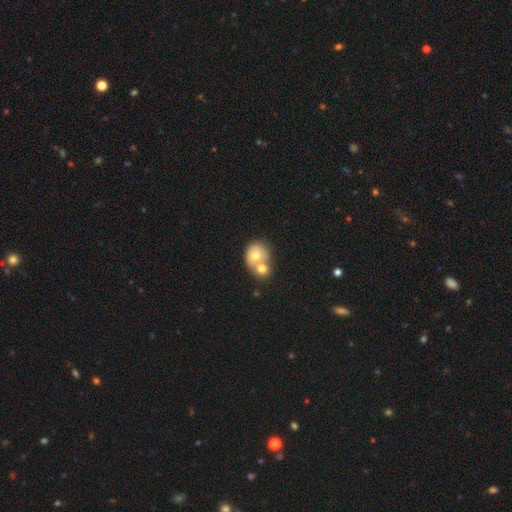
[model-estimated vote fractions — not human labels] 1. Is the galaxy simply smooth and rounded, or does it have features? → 66% smooth, 26% featured or disk, 8% star or artifact.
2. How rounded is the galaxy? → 69% round, 31% in between, 1% cigar-shaped.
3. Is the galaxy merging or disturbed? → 68% merger, 21% none, 7% minor disturbance, 3% major disturbance.